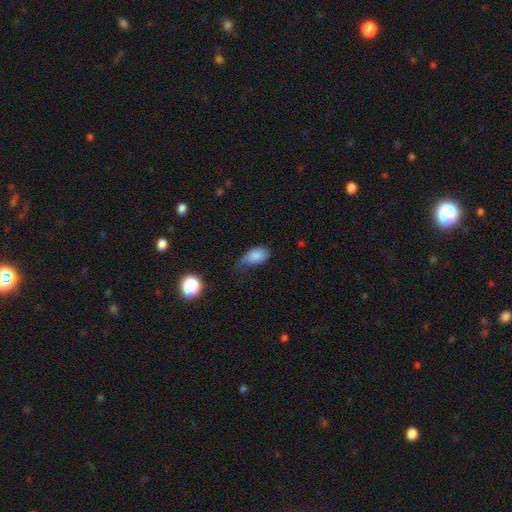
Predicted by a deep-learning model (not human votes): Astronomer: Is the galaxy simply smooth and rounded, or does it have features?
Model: smooth — 83%.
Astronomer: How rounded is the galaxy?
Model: in between — 90%.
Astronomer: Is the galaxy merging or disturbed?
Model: minor disturbance — 47% (runner-up: none, 31%).